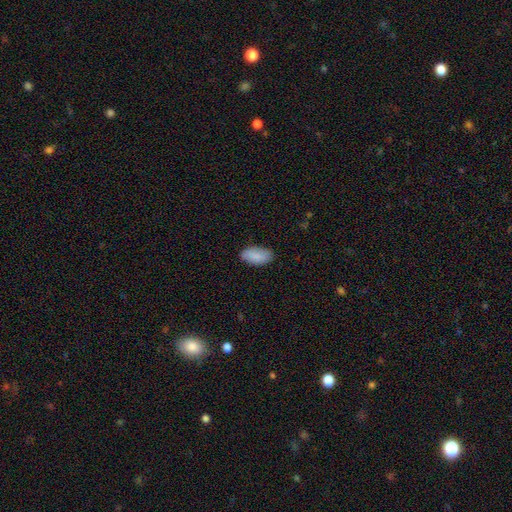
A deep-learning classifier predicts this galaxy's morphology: A smooth galaxy with no disk features (87%) that is in between round and cigar-shaped (95%).

Vote fractions:
- Smooth or featured? smooth: 87% / featured or disk: 7% / star or artifact: 6%
- How rounded? in between: 95% / cigar-shaped: 3% / round: 2%
- Merging? none: 85% / minor disturbance: 12% / major disturbance: 2% / merger: 1%